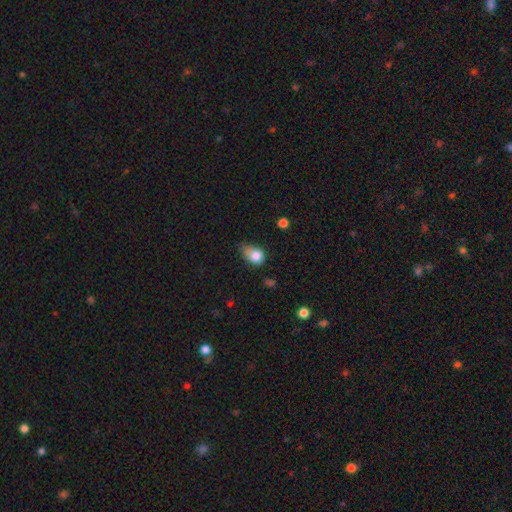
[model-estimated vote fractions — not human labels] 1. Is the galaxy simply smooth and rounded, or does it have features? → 81% smooth, 10% star or artifact, 9% featured or disk.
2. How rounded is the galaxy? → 63% in between, 36% round, 2% cigar-shaped.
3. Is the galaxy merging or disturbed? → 49% minor disturbance, 26% none, 21% major disturbance, 4% merger.